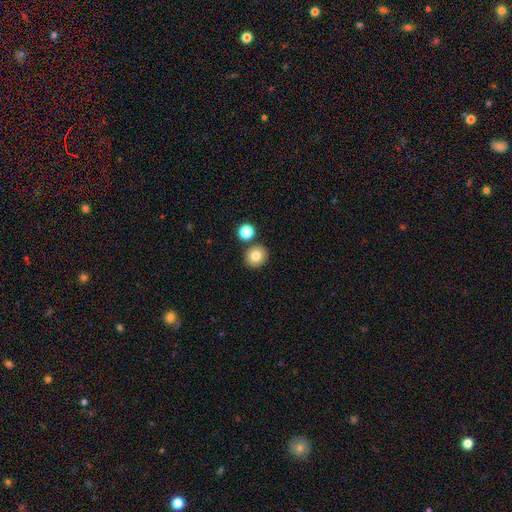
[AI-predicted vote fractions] Smooth or featured? smooth (80%)
How rounded? round (86%)
Merging? none (82%)